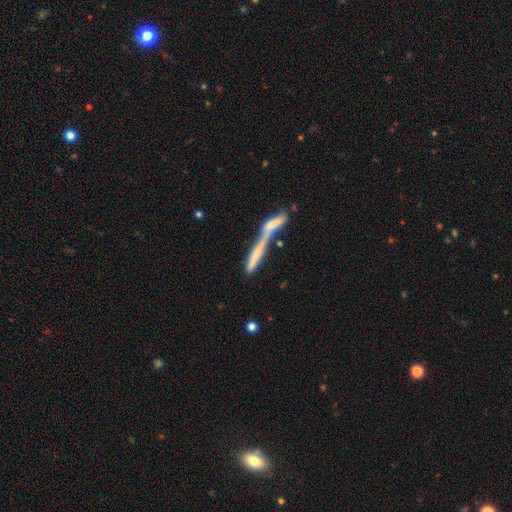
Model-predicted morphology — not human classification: smooth_or_featured: smooth (p=0.56) [alt: featured or disk p=0.35]
how_rounded: cigar-shaped (p=0.87) [alt: in between p=0.11]
merging: merger (p=0.66) [alt: none p=0.18]